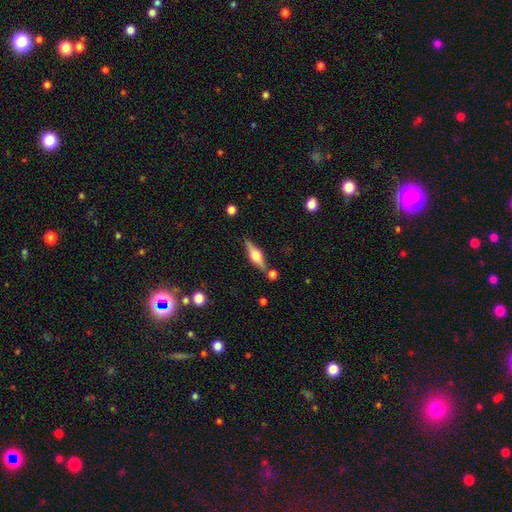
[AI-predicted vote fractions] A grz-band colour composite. It shows a featured or disk galaxy (67%) viewed edge-on (96%) with a rounded central bulge (92%). Merging: none (80%).